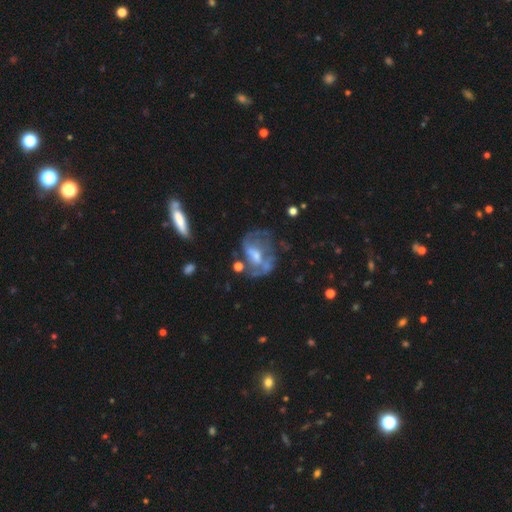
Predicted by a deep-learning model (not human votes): The model was most divided on "bar": weak: 42%, no: 41%, strong: 18%. Remaining: edge-on disk — no (97%); smooth or featured — featured or disk (69%); spiral arms — yes (62%); bulge size — moderate (41%); merging — none (40%).